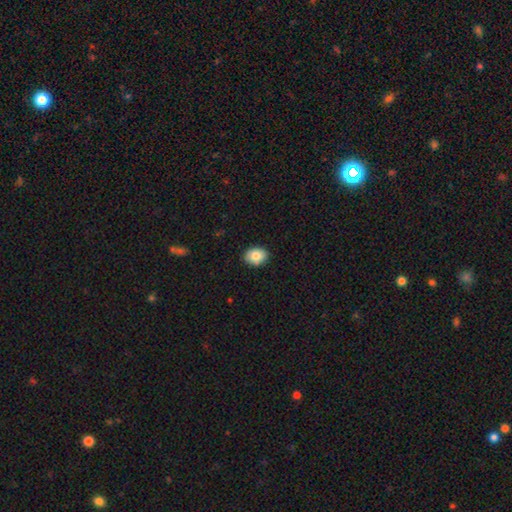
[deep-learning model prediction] Smooth or featured? Predicted: smooth (p=0.82). How rounded? Predicted: in between (p=0.58). Merging? Predicted: none (p=0.88).